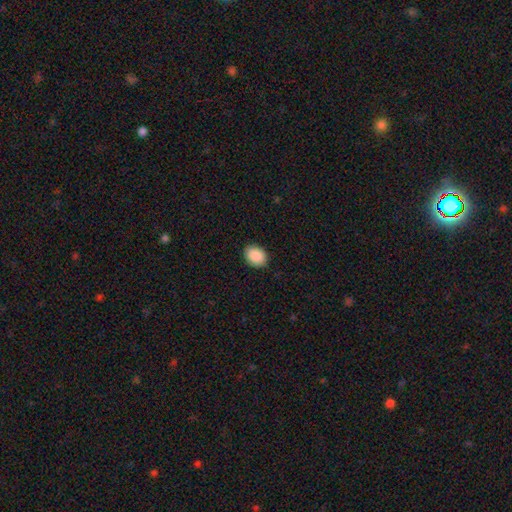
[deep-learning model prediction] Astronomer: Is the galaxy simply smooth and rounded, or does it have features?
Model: smooth — 90%.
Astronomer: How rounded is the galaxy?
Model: in between — 69%.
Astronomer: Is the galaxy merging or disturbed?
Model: none — 90%.